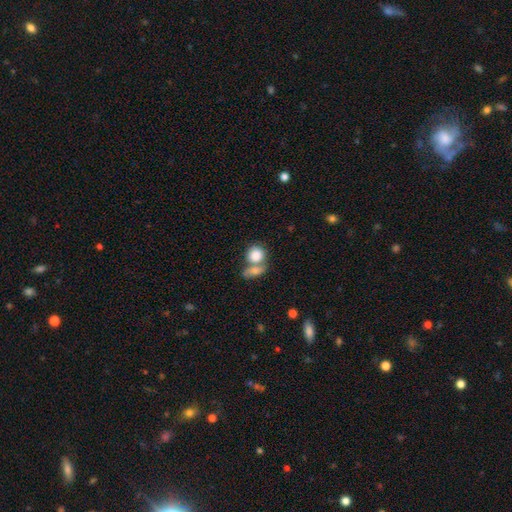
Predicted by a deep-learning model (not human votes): A smooth galaxy with no disk features (82%) that is round (70%). Merging: merger (54%).